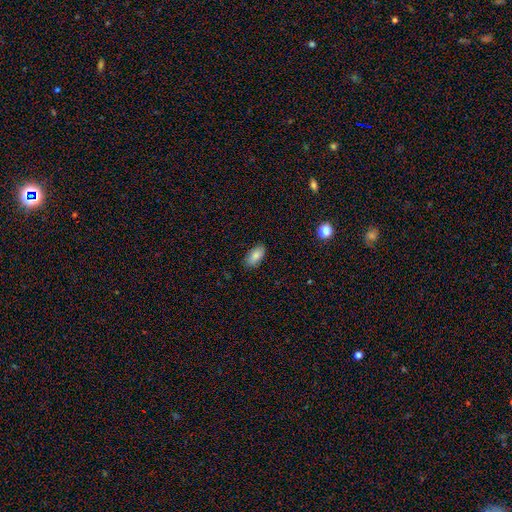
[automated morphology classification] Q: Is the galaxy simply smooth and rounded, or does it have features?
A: smooth — 86%.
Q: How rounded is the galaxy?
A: in between — 93%.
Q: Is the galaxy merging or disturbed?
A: none — 86%.